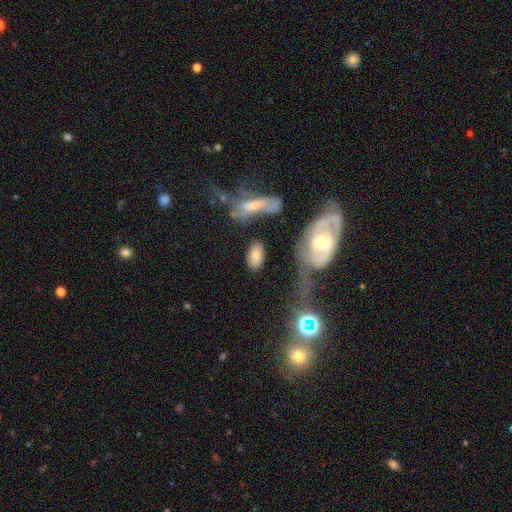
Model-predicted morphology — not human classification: Smooth or featured?
  - smooth: 74% *
  - featured or disk: 19%
  - star or artifact: 8%
How rounded?
  - in between: 91% *
  - round: 5%
  - cigar-shaped: 4%
Merging?
  - none: 70% *
  - minor disturbance: 14%
  - merger: 9%
  - major disturbance: 8%